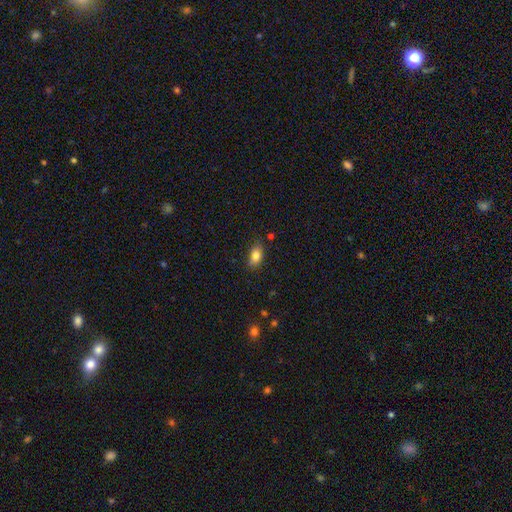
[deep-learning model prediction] This appears to be a smooth galaxy with no disk features (82%) that is in between round and cigar-shaped (84%). Merging: none (77%).